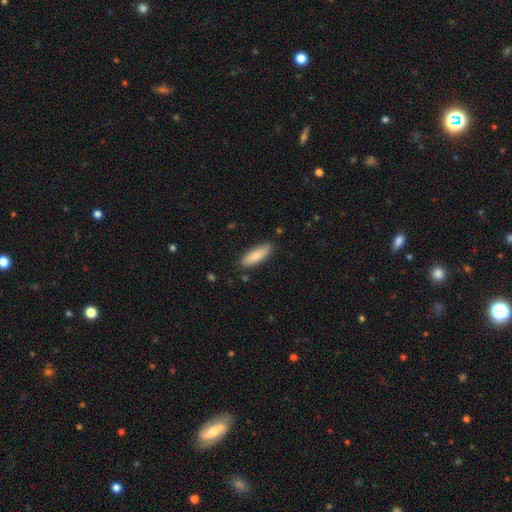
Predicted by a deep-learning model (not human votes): smooth-or-featured: smooth: 84% | featured or disk: 10% | star or artifact: 6%
  how-rounded: in between: 59% | cigar-shaped: 40% | round: 2%
  merging: none: 85% | minor disturbance: 11% | major disturbance: 2% | merger: 2%